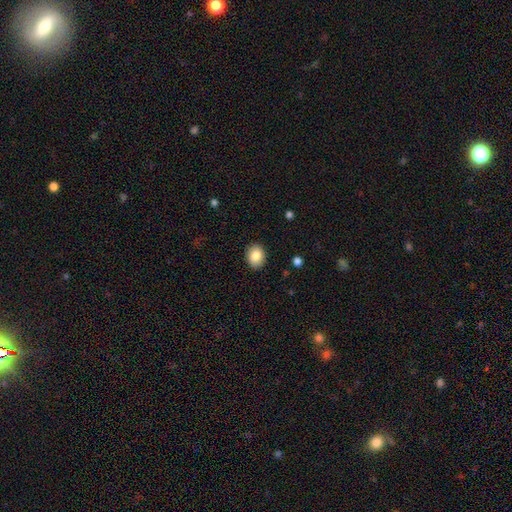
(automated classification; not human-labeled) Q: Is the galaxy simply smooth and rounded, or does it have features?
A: smooth — 86%.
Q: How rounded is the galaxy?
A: round — 51%.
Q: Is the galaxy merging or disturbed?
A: none — 90%.